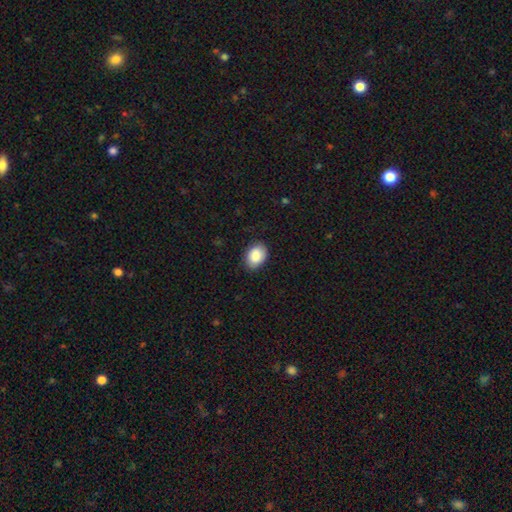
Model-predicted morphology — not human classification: This is clearly a smooth galaxy (88%). How rounded: likely in between (76%). Merging: clearly none (82%).